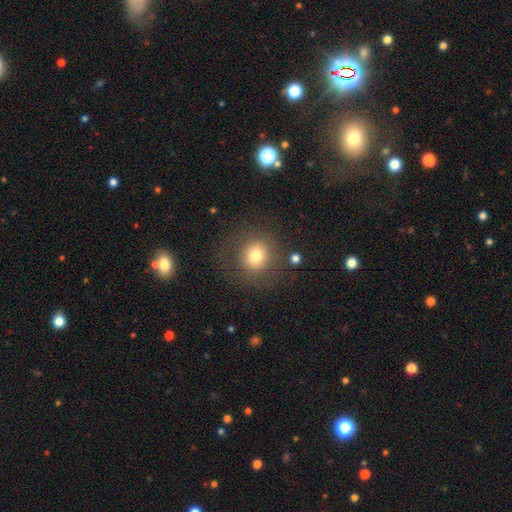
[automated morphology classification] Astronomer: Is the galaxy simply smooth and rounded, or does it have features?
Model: smooth — 76%.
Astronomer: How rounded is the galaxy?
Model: round — 87%.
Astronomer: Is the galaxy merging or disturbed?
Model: none — 77%.